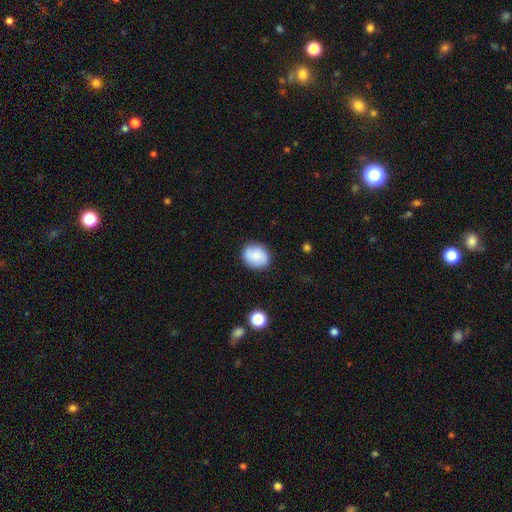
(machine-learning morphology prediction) The model was most divided on "how rounded": round: 54%, in between: 45%, cigar-shaped: 1%. More confident: merging — none (83%); smooth or featured — smooth (76%).